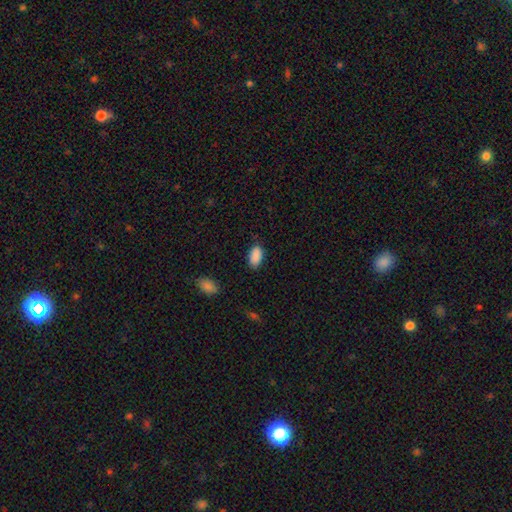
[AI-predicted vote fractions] smooth_or_featured: smooth (p=0.89) [alt: star or artifact p=0.08]
how_rounded: in between (p=0.94) [alt: round p=0.03]
merging: none (p=0.83) [alt: minor disturbance p=0.13]